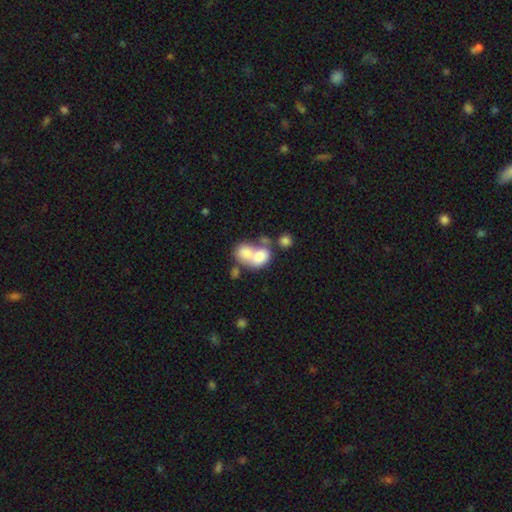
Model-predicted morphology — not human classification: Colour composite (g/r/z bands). It shows a smooth galaxy with no disk features (71%) that is in between round and cigar-shaped (70%). Merging: merger (71%).